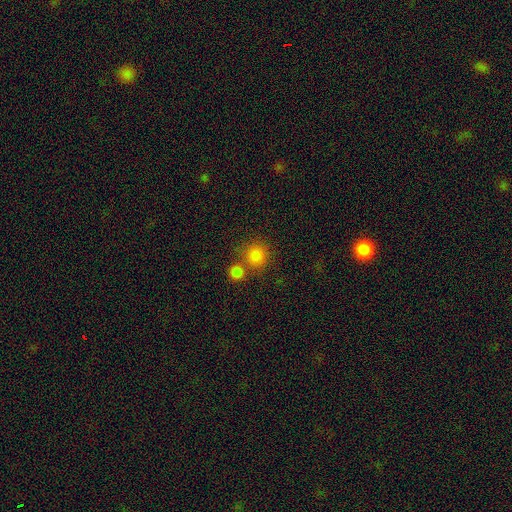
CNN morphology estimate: Q: Smooth or featured?
A: smooth (83%); runner-up: star or artifact (12%)
Q: How rounded?
A: round (89%); runner-up: in between (10%)
Q: Merging?
A: none (63%); runner-up: merger (25%)